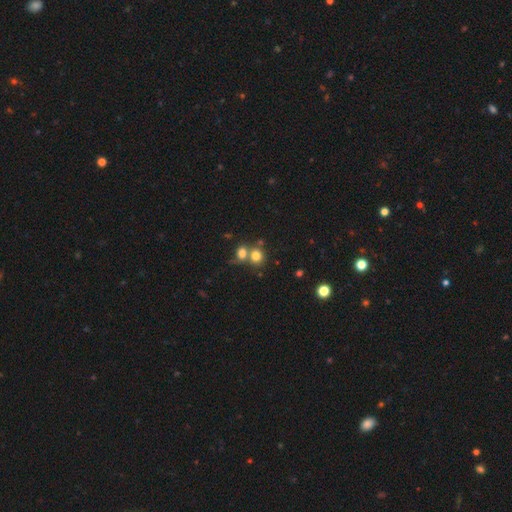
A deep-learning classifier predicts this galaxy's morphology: Smooth or featured: smooth — 78% (star or artifact — 13%)
How rounded: round — 78% (in between — 21%)
Merging: merger — 44% (tied with none — 44%)